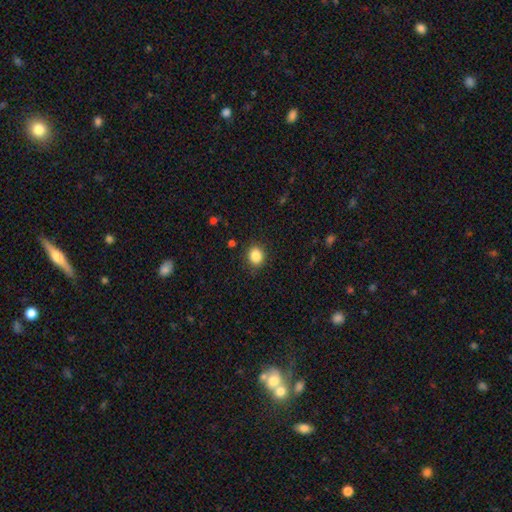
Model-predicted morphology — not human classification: smooth 86%, star or artifact 10%, featured or disk 4%. Down the decision tree: how rounded — round (73%); merging — none (86%).